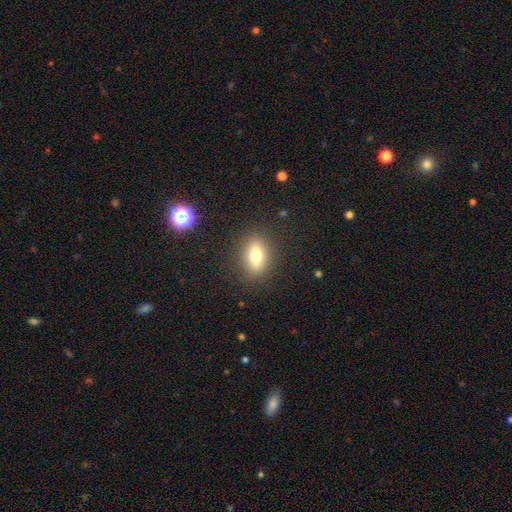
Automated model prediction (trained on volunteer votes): Smooth or featured? smooth (64%)
How rounded? in between (70%)
Merging? none (86%)